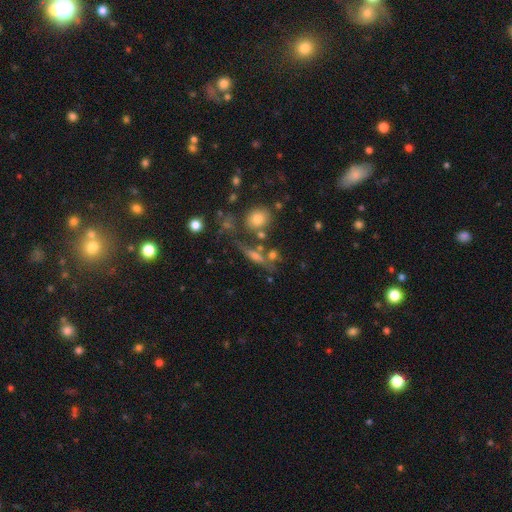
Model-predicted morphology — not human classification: type=smooth (48%); merging=none (55%).